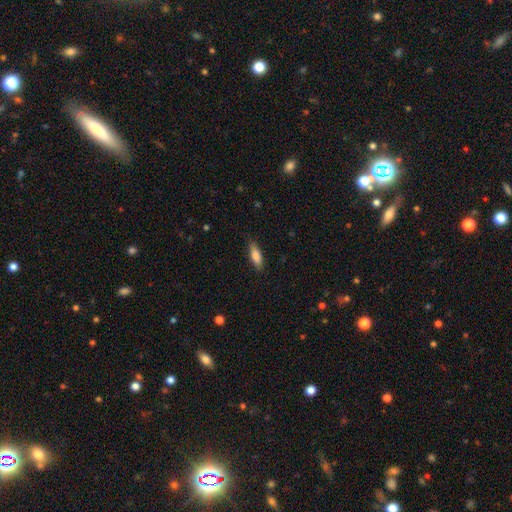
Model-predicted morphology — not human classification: This is clearly a smooth galaxy (82%). How rounded: possibly in between (59%). Merging: clearly none (83%).